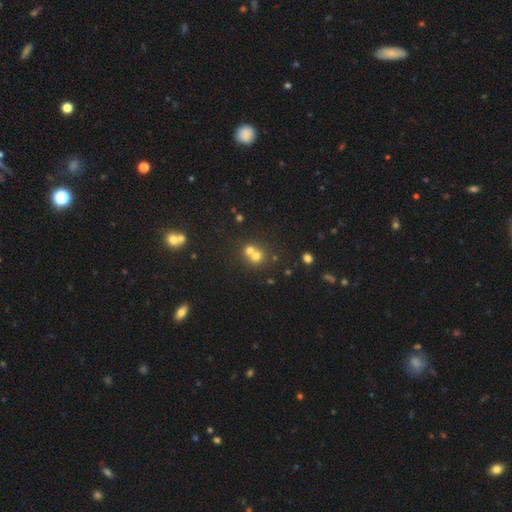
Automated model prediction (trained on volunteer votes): A smooth galaxy with no disk features (66%) that is round (85%).

Vote fractions:
- Smooth or featured? smooth: 66% / star or artifact: 18% / featured or disk: 16%
- How rounded? round: 85% / in between: 14% / cigar-shaped: 1%
- Merging? merger: 55% / none: 38% / minor disturbance: 5% / major disturbance: 2%